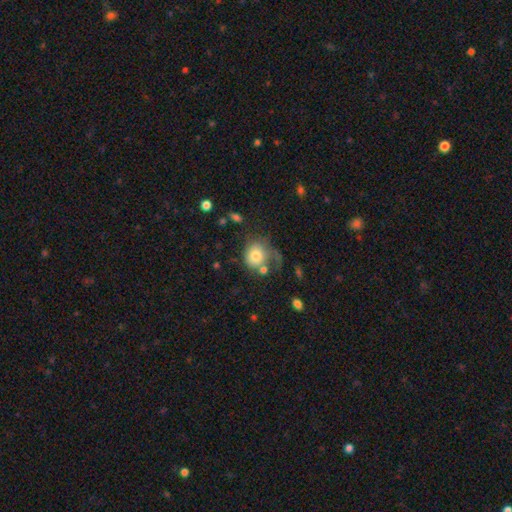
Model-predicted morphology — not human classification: smooth 72%, featured or disk 20%, star or artifact 9%. Down the decision tree: how rounded — round (75%); merging — none (35%).